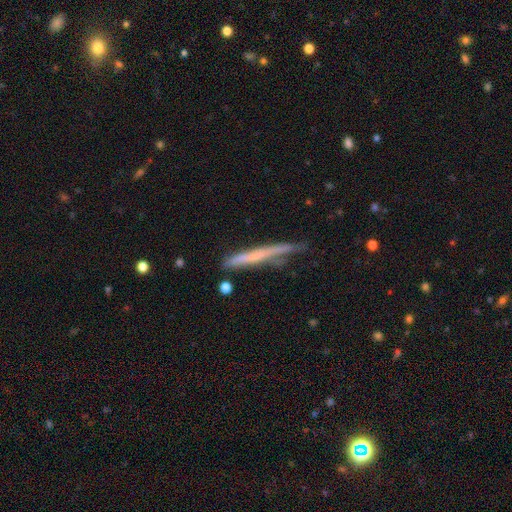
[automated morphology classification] Smooth or featured? Predicted: smooth (p=0.47). Merging? Predicted: none (p=0.60).